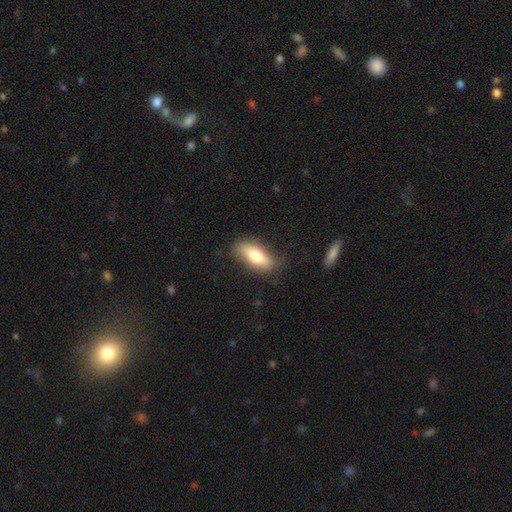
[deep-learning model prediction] A smooth galaxy with no disk features (68%) that is in between round and cigar-shaped (75%). Merging: none (77%).